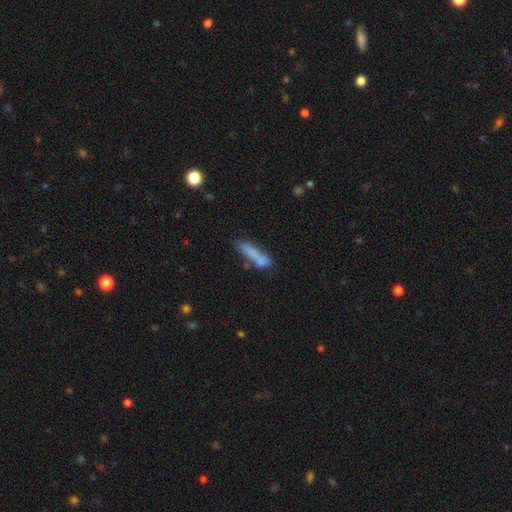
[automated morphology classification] smooth 73%, featured or disk 18%, star or artifact 9%. Down the decision tree: how rounded — cigar-shaped (83%); merging — none (60%).